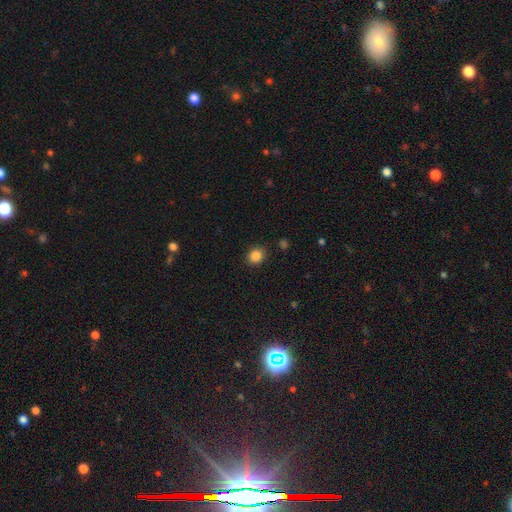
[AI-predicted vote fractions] smooth_or_featured: smooth (p=0.86) [alt: star or artifact p=0.11]
how_rounded: round (p=0.73) [alt: in between p=0.26]
merging: none (p=0.88) [alt: minor disturbance p=0.08]